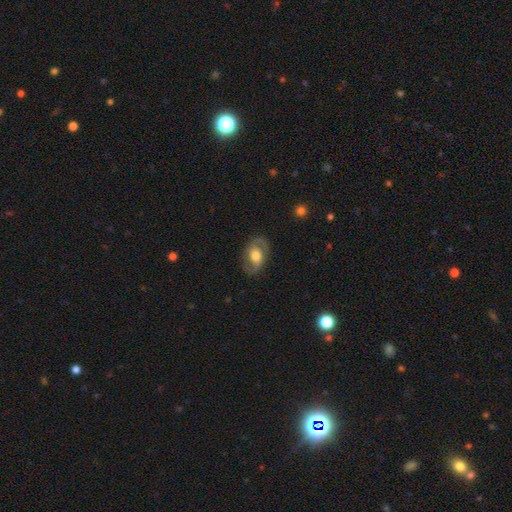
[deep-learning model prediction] Overall: featured or disk (59%; smooth 34%). Edge-on disk: no (94%). Bar: no (54%; weak 33%). Spiral arms: yes (71%). Bulge size: moderate (57%; large 30%). Merging: none (77%).